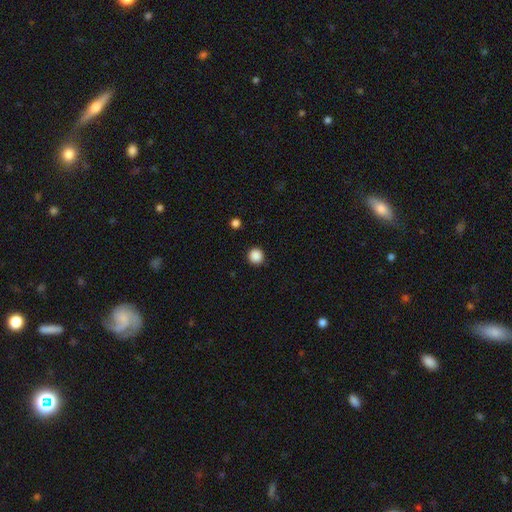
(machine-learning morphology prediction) Q: Smooth or featured?
A: smooth (87%); runner-up: star or artifact (10%)
Q: How rounded?
A: round (94%); runner-up: in between (5%)
Q: Merging?
A: none (92%); runner-up: minor disturbance (5%)